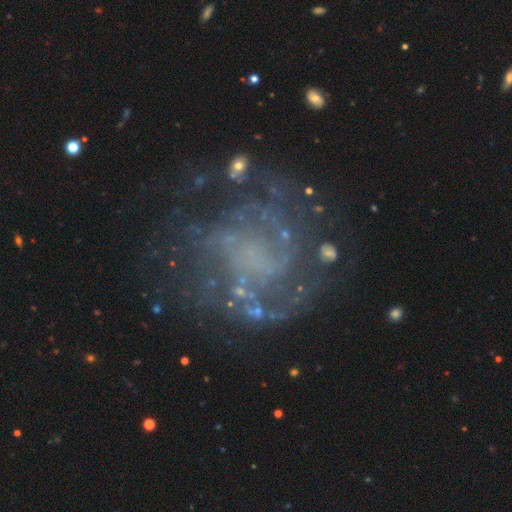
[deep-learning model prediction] A featured or disk galaxy (79%) with no bar (69%), tight (42%) spiral arms (83%) and no central bulge (69%). Merging: none (63%).